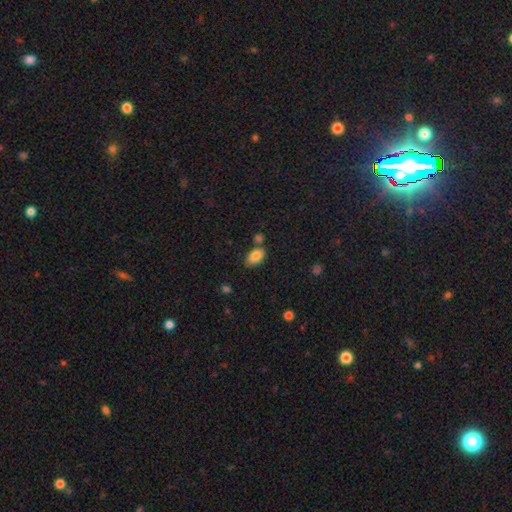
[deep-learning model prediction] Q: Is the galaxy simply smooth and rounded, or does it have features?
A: smooth — 84%.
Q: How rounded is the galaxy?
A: in between — 90%.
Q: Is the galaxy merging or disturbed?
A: none — 67%.